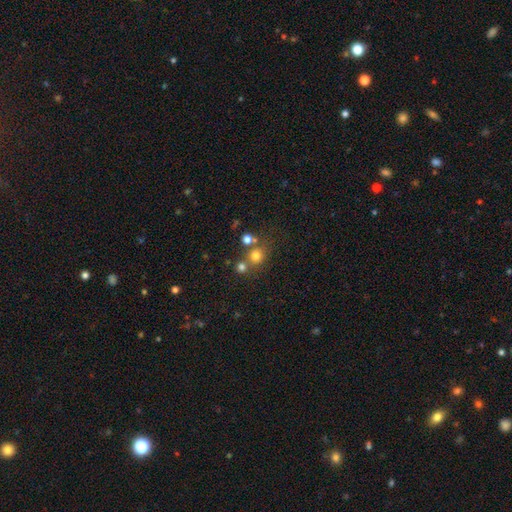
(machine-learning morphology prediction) This appears to be a smooth galaxy with no disk features (72%) that is round (86%). Merging: none (63%).